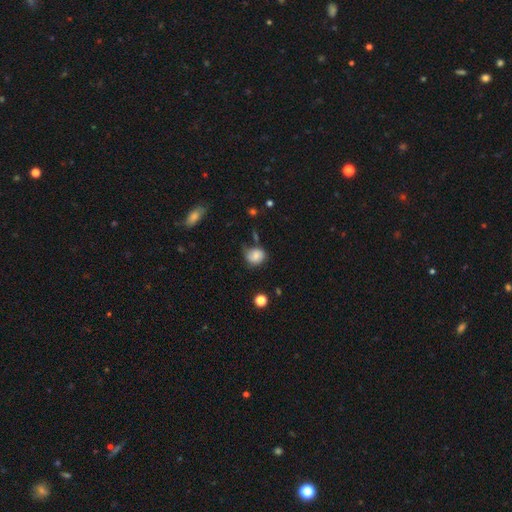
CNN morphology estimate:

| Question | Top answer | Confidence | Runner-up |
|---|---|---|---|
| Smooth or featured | smooth | 72% | featured or disk (19%) |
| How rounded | round | 66% | in between (33%) |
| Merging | none | 51% | minor disturbance (32%) |